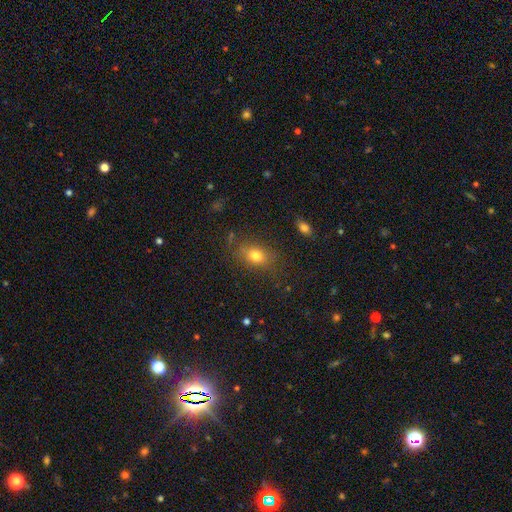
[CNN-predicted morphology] type=smooth (78%); roundness=in between (71%); merging=none (77%).